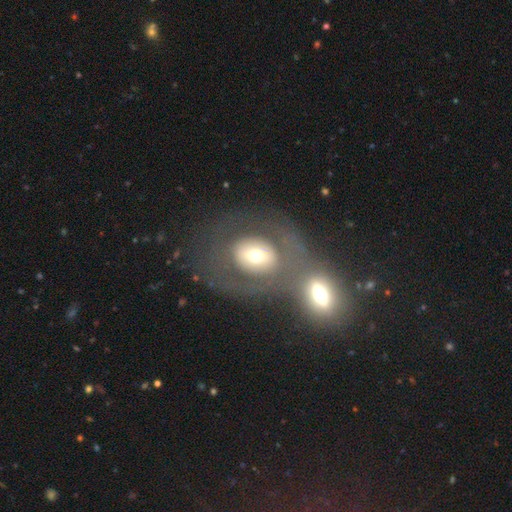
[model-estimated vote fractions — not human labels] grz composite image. It shows a featured or disk galaxy (48%). Merging: merger (40%).